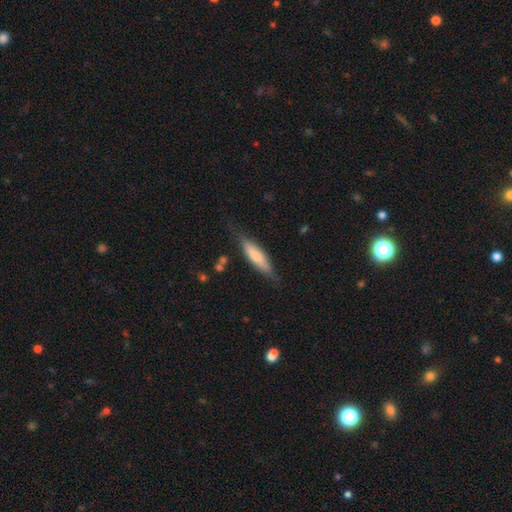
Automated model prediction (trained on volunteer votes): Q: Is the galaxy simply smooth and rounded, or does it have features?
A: smooth — 67%.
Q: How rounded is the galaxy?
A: cigar-shaped — 67%.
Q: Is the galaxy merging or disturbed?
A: none — 71%.